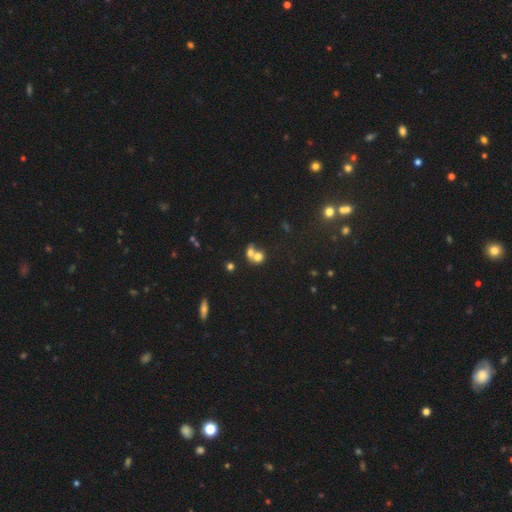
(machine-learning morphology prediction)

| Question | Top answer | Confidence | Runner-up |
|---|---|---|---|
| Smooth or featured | smooth | 68% | featured or disk (18%) |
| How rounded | round | 60% | in between (39%) |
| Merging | merger | 62% | none (26%) |